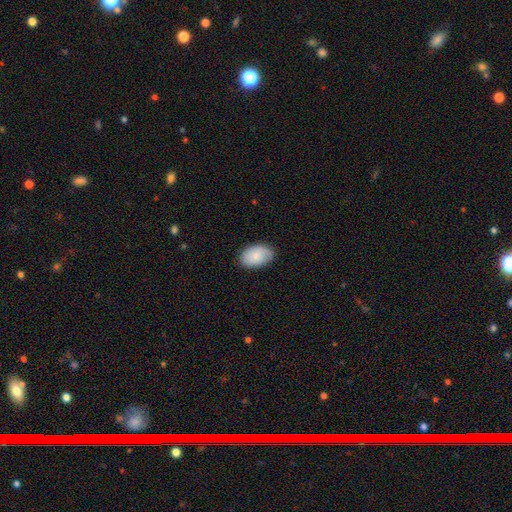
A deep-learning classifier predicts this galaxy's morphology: smooth_or_featured: smooth (p=0.84) [alt: featured or disk p=0.10]
how_rounded: in between (p=0.90) [alt: round p=0.09]
merging: none (p=0.82) [alt: minor disturbance p=0.14]